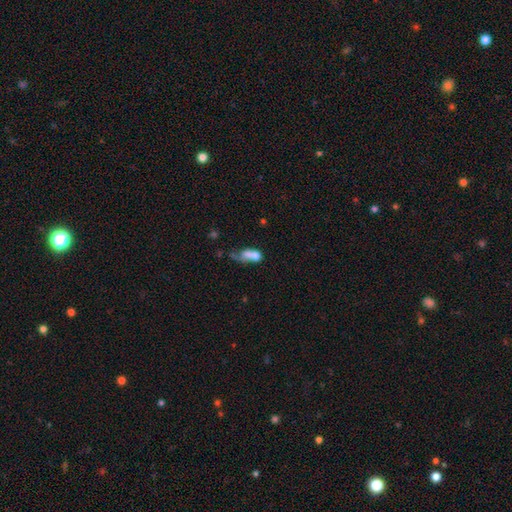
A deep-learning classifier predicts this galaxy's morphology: Smooth or featured? Predicted: smooth (p=0.62). How rounded? Predicted: in between (p=0.72). Merging? Predicted: merger (p=0.41).